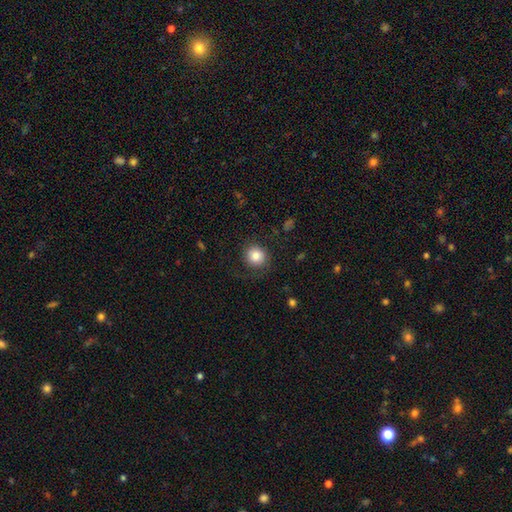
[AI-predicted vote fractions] Morphology: type=smooth (80%); roundness=round (90%); merging=none (79%).